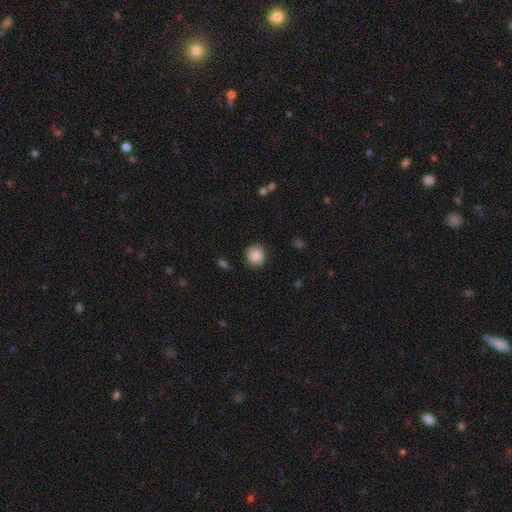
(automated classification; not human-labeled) Smooth or featured: smooth — 87% (star or artifact — 8%)
How rounded: round — 87% (in between — 13%)
Merging: none — 86% (minor disturbance — 10%)